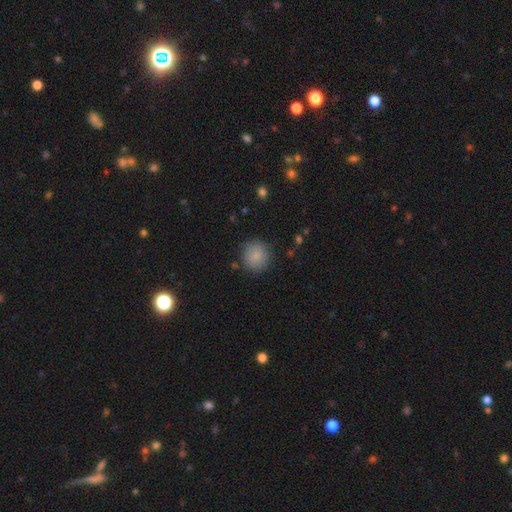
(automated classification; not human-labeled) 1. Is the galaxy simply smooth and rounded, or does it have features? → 85% smooth, 9% star or artifact, 6% featured or disk.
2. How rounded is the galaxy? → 91% round, 8% in between, 1% cigar-shaped.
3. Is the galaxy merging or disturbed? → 85% none, 10% minor disturbance, 3% major disturbance, 2% merger.